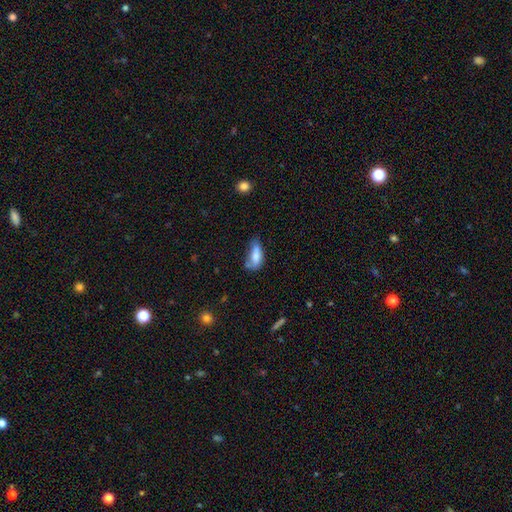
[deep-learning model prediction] Smooth or featured: smooth — 76% (featured or disk — 15%)
How rounded: in between — 80% (cigar-shaped — 17%)
Merging: minor disturbance — 37% (none — 35%)